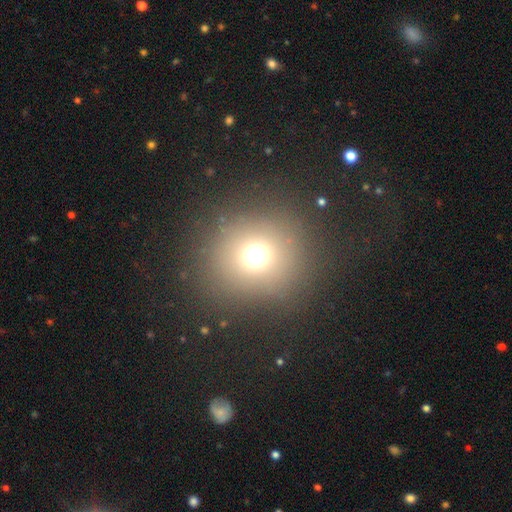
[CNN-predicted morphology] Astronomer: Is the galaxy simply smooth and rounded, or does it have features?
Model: smooth — 67%.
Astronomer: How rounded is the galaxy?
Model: round — 90%.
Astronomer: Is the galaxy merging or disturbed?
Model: none — 87%.